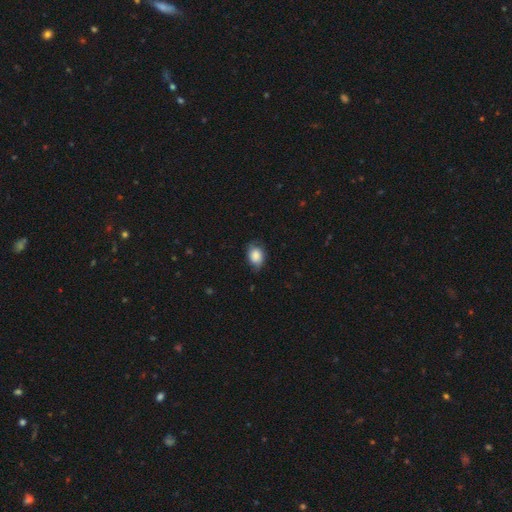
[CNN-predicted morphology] This appears to be a smooth galaxy with no disk features (81%) that is in between round and cigar-shaped (73%). Merging: none (66%).